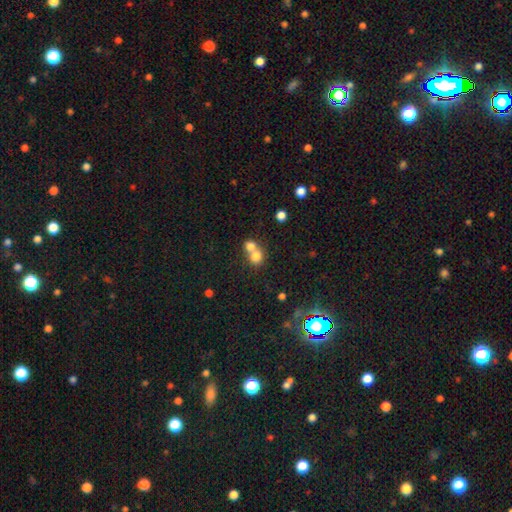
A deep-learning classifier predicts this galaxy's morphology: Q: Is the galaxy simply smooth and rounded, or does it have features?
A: smooth — 76%.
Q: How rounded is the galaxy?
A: round — 77%.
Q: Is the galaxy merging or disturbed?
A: merger — 62%.